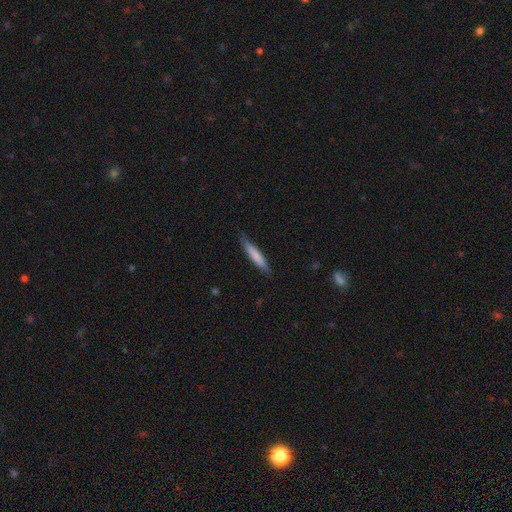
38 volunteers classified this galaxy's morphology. A smooth galaxy with no disk features (79%) that is cigar-shaped (97%). Merging: none (76%).